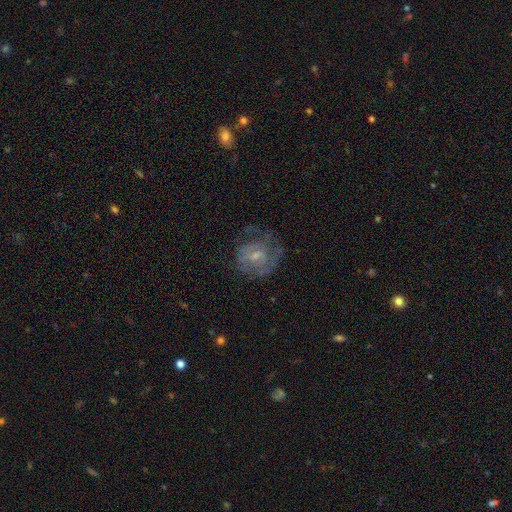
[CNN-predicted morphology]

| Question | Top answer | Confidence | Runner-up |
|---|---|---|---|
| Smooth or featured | featured or disk | 61% | smooth (30%) |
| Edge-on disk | no | 97% | yes (3%) |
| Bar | weak | 47% | no (45%) |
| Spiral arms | yes | 67% | no (33%) |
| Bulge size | small | 50% | moderate (37%) |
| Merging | none | 48% | major disturbance (27%) |